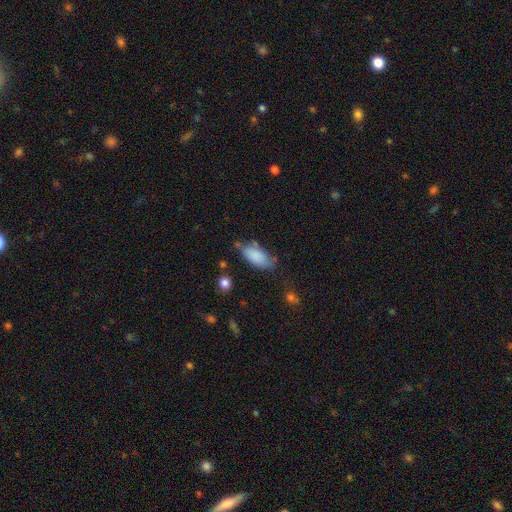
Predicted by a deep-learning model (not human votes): Q: Smooth or featured?
A: smooth (83%); runner-up: featured or disk (10%)
Q: How rounded?
A: in between (88%); runner-up: cigar-shaped (10%)
Q: Merging?
A: none (57%); runner-up: minor disturbance (29%)